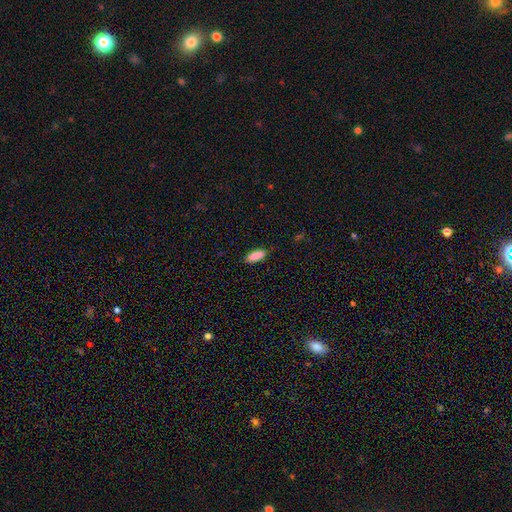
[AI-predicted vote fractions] Q: Smooth or featured?
A: smooth (88%); runner-up: star or artifact (7%)
Q: How rounded?
A: in between (72%); runner-up: cigar-shaped (26%)
Q: Merging?
A: none (86%); runner-up: minor disturbance (11%)